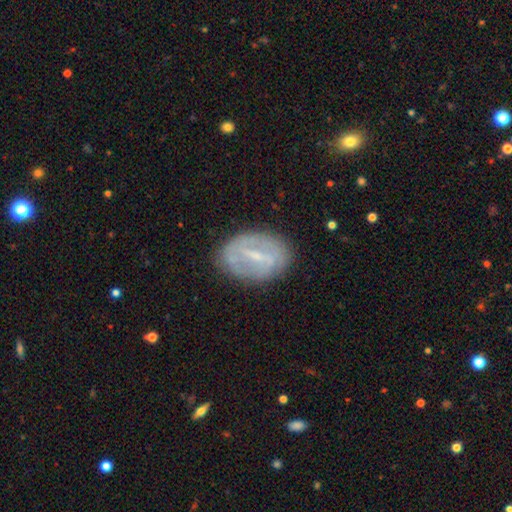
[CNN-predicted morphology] smooth-or-featured: featured or disk: 67% | smooth: 26% | star or artifact: 7%
  disk-edge-on: no: 93% | yes: 7%
    bar: strong: 54% | weak: 36% | no: 10%
    has-spiral-arms: no: 55% | yes: 45%
    bulge-size: small: 63% | moderate: 21% | none: 14% | large: 1% | dominant: 1%
  merging: none: 79% | minor disturbance: 15% | major disturbance: 5% | merger: 1%